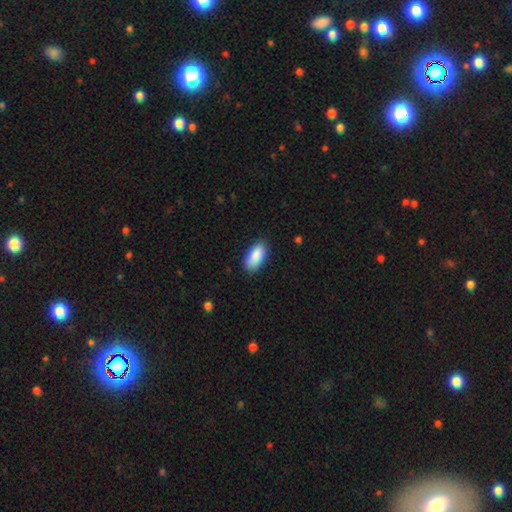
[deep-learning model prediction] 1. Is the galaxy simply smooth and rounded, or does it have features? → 89% smooth, 6% star or artifact, 5% featured or disk.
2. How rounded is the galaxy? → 92% in between, 6% cigar-shaped, 2% round.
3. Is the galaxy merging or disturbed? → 86% none, 11% minor disturbance, 2% major disturbance, 1% merger.